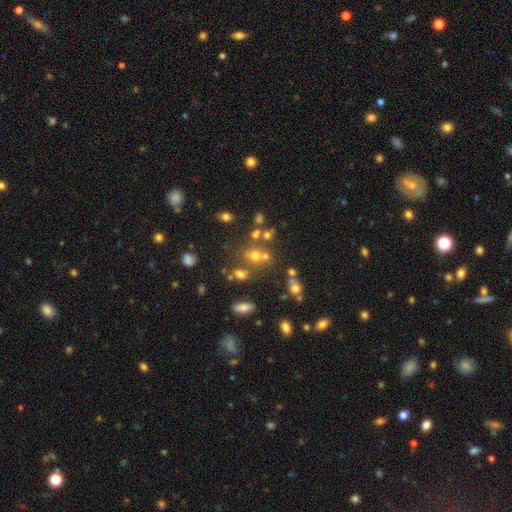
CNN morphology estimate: type=smooth (50%); merging=none (51%).